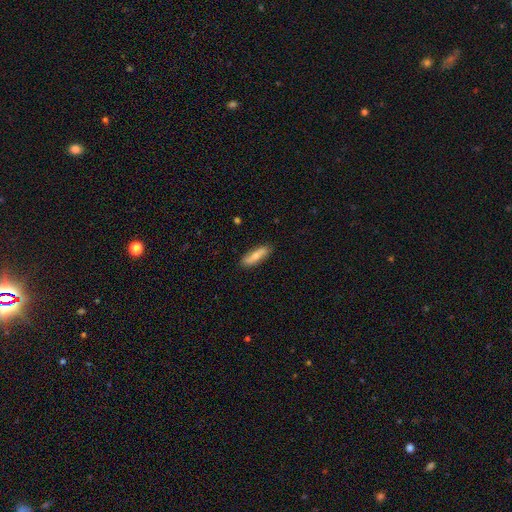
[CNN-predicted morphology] A smooth galaxy with no disk features (64%) that is cigar-shaped (57%). Merging: none (85%).